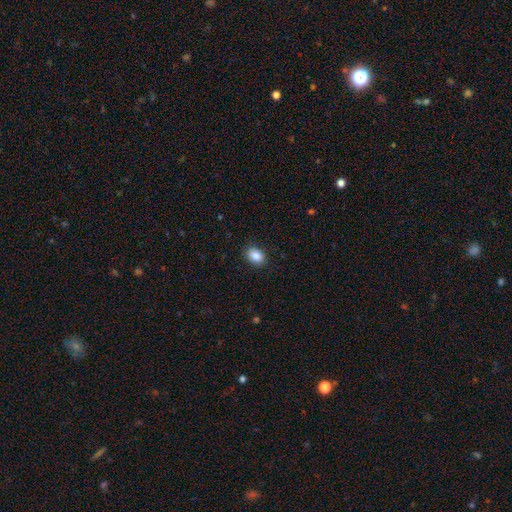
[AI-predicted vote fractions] smooth 87%, star or artifact 8%, featured or disk 5%. Down the decision tree: how rounded — in between (77%); merging — none (88%).